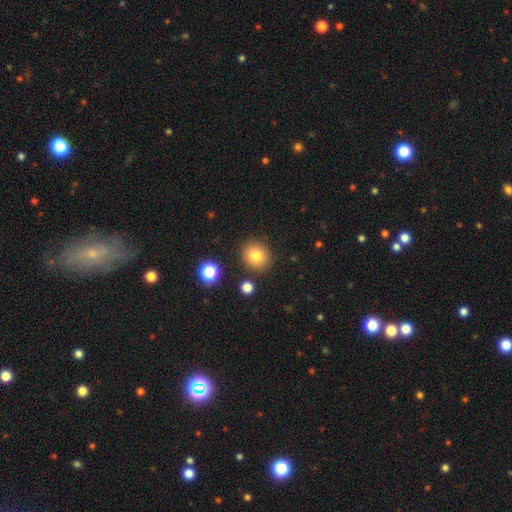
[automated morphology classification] Smooth or featured?
  - smooth: 81% *
  - star or artifact: 11%
  - featured or disk: 8%
How rounded?
  - round: 84% *
  - in between: 15%
  - cigar-shaped: 1%
Merging?
  - none: 86% *
  - minor disturbance: 8%
  - merger: 4%
  - major disturbance: 3%